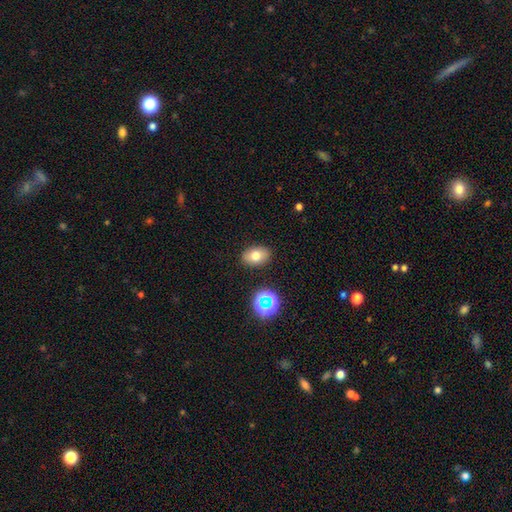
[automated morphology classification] smooth 74%, featured or disk 14%, star or artifact 12%. Down the decision tree: how rounded — in between (81%); merging — none (87%).